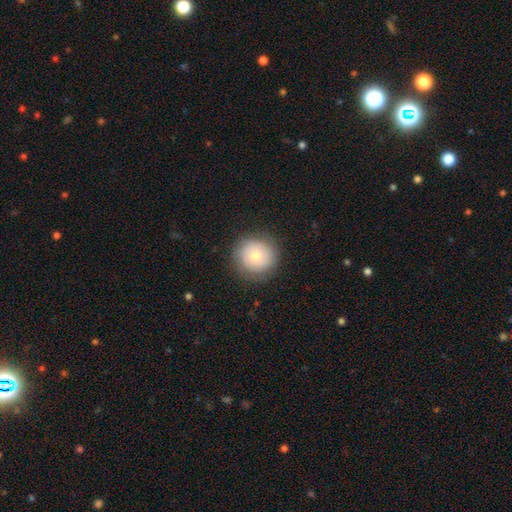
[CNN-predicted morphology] Overall: smooth (65%; featured or disk 27%). How rounded: round (94%). Merging: none (85%).